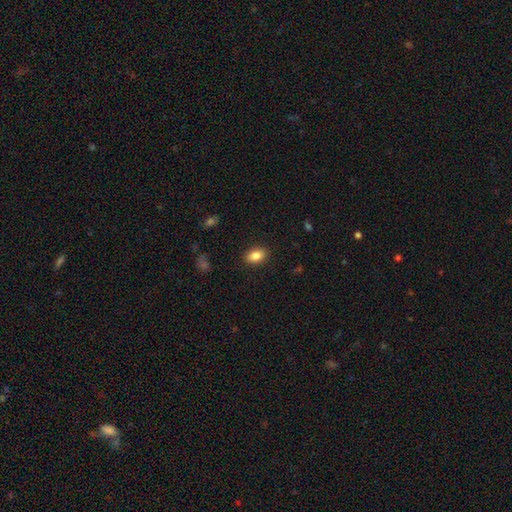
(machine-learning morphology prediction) Smooth or featured? Predicted: smooth (p=0.85). How rounded? Predicted: in between (p=0.89). Merging? Predicted: none (p=0.89).